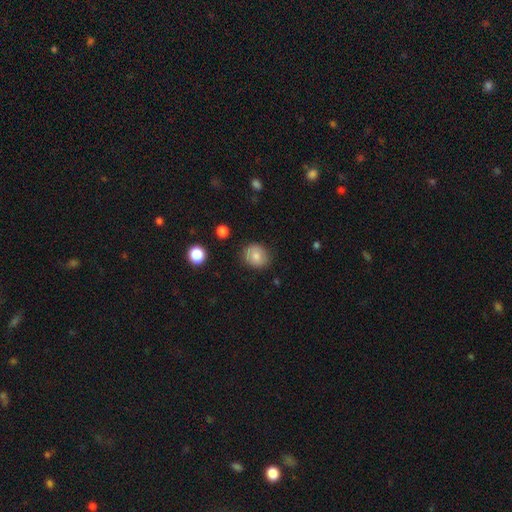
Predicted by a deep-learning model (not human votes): Q: Smooth or featured?
A: smooth (75%); runner-up: featured or disk (16%)
Q: How rounded?
A: round (69%); runner-up: in between (31%)
Q: Merging?
A: none (80%); runner-up: minor disturbance (15%)